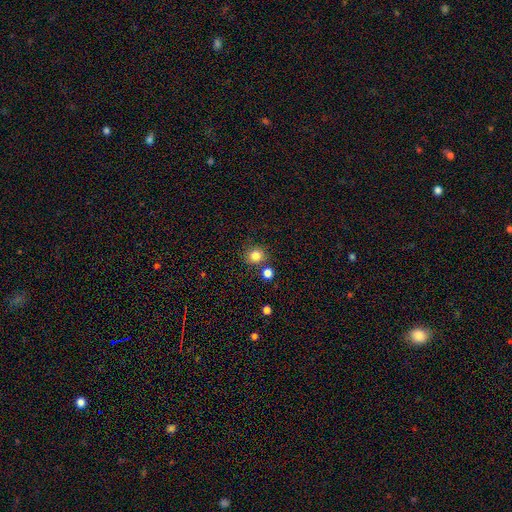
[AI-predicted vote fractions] smooth-or-featured: smooth: 82% | star or artifact: 12% | featured or disk: 6%
  how-rounded: round: 87% | in between: 12% | cigar-shaped: 1%
  merging: none: 79% | merger: 9% | minor disturbance: 9% | major disturbance: 3%